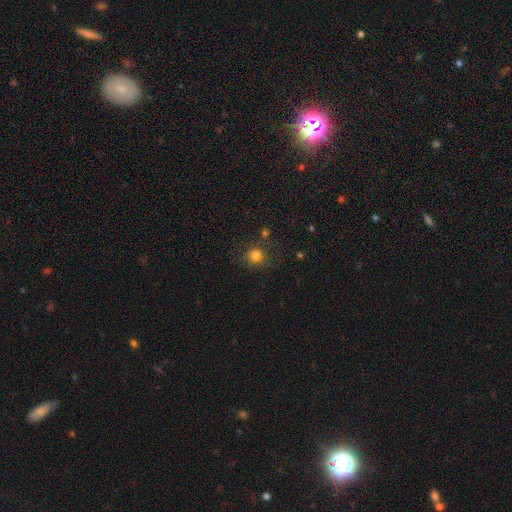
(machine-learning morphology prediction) smooth 80%, star or artifact 15%, featured or disk 5%. Down the decision tree: how rounded — round (92%); merging — none (83%).